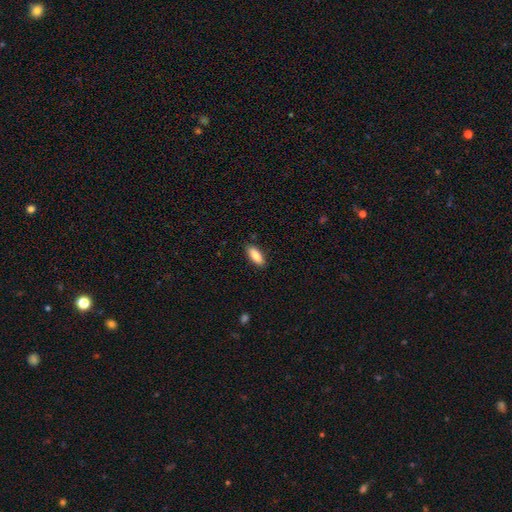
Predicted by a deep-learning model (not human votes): Smooth or featured?
  - smooth: 87% *
  - featured or disk: 7%
  - star or artifact: 6%
How rounded?
  - in between: 74% *
  - cigar-shaped: 24%
  - round: 2%
Merging?
  - none: 88% *
  - minor disturbance: 9%
  - major disturbance: 2%
  - merger: 1%